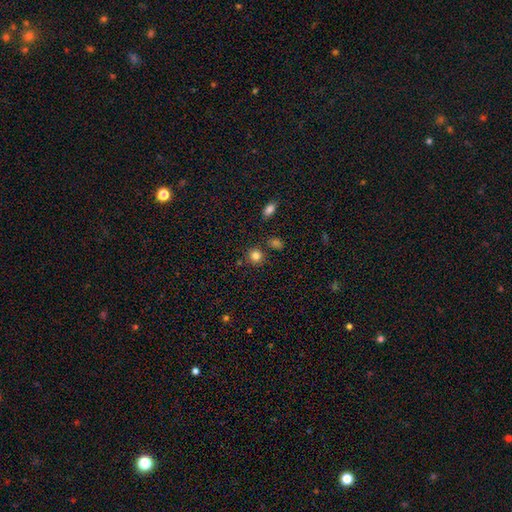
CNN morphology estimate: This appears to be a smooth galaxy with no disk features (83%) that is round (89%). Merging: none (83%).